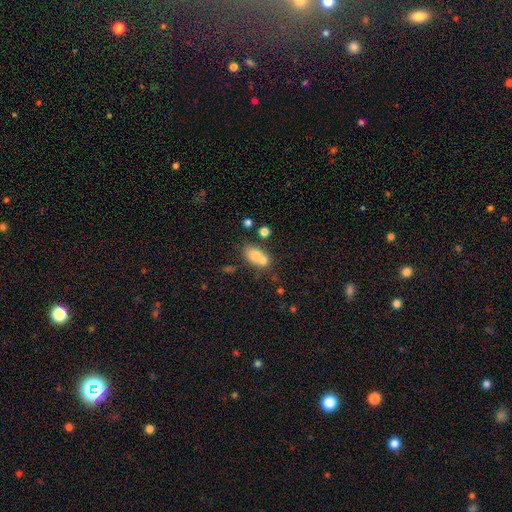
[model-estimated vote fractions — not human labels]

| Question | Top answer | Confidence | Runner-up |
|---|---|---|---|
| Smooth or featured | smooth | 72% | featured or disk (17%) |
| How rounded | in between | 66% | round (31%) |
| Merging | merger | 50% | none (35%) |